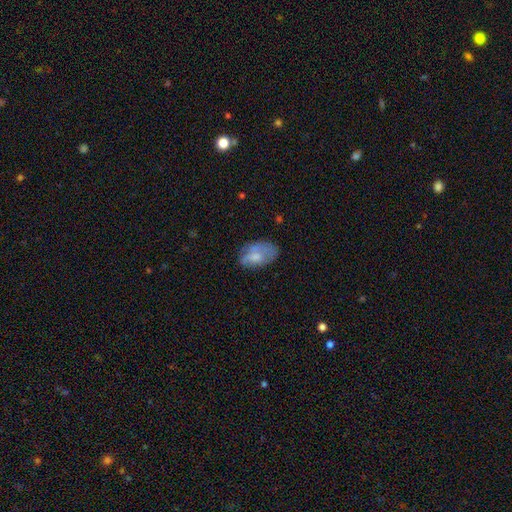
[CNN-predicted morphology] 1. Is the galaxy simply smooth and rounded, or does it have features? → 64% smooth, 28% featured or disk, 8% star or artifact.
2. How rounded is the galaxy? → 91% in between, 7% round, 2% cigar-shaped.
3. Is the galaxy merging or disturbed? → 49% none, 31% minor disturbance, 17% major disturbance, 3% merger.